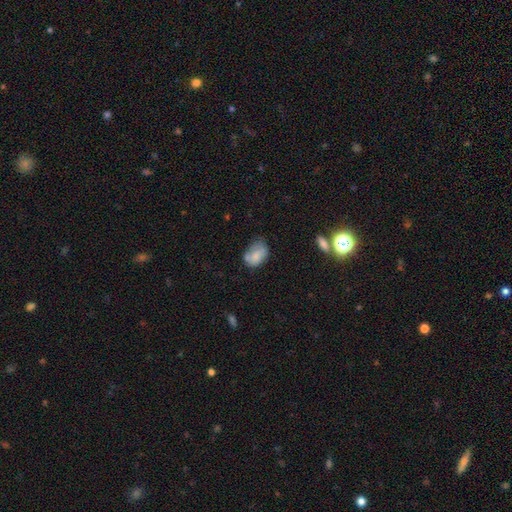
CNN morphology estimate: smooth_or_featured: smooth (p=0.75) [alt: featured or disk p=0.16]
how_rounded: in between (p=0.80) [alt: round p=0.19]
merging: none (p=0.43) [alt: minor disturbance p=0.34]